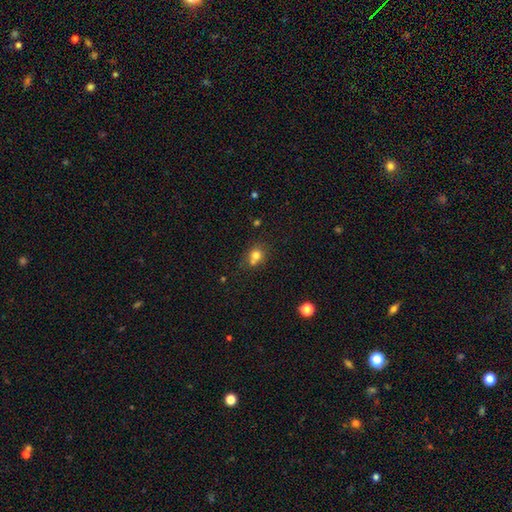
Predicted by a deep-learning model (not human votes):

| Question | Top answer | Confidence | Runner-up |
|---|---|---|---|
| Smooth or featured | smooth | 75% | star or artifact (14%) |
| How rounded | round | 75% | in between (24%) |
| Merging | none | 46% | merger (39%) |